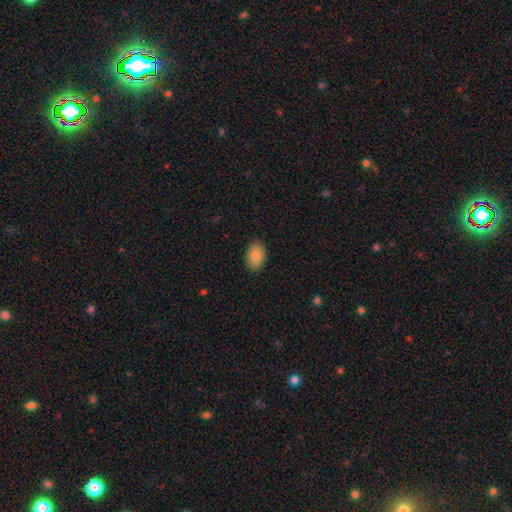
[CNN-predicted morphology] Q: Smooth or featured?
A: smooth (85%); runner-up: featured or disk (8%)
Q: How rounded?
A: in between (89%); runner-up: round (10%)
Q: Merging?
A: none (88%); runner-up: minor disturbance (9%)